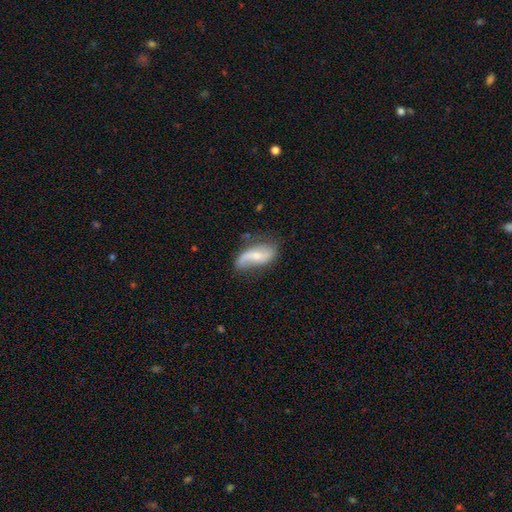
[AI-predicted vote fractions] featured or disk 63%, smooth 30%, star or artifact 7%. Down the decision tree: edge-on disk — no (94%); bar — no (43%); spiral arms — yes (87%); spiral arm count — 2 (73%); spiral winding — loose (77%); bulge size — small (50%); merging — none (52%).